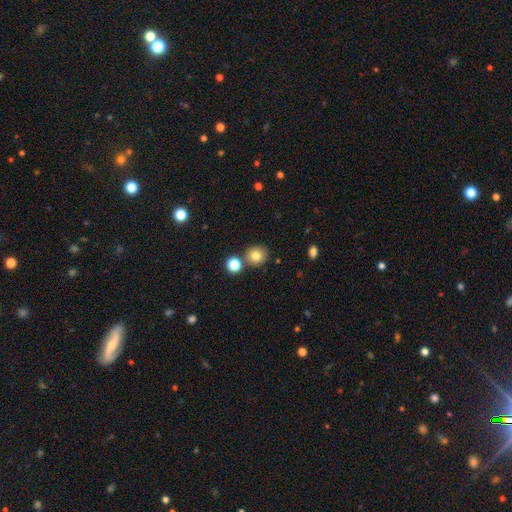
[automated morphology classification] Smooth or featured? smooth (78%)
How rounded? round (85%)
Merging? none (76%)